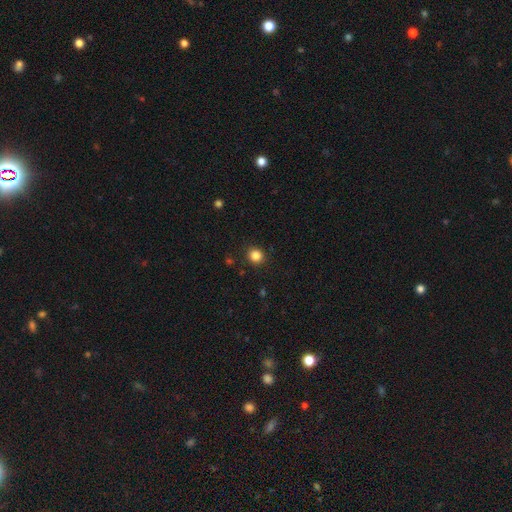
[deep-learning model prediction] smooth-or-featured: smooth: 84% | star or artifact: 12% | featured or disk: 4%
  how-rounded: round: 89% | in between: 10% | cigar-shaped: 1%
  merging: none: 91% | minor disturbance: 6% | major disturbance: 2% | merger: 1%